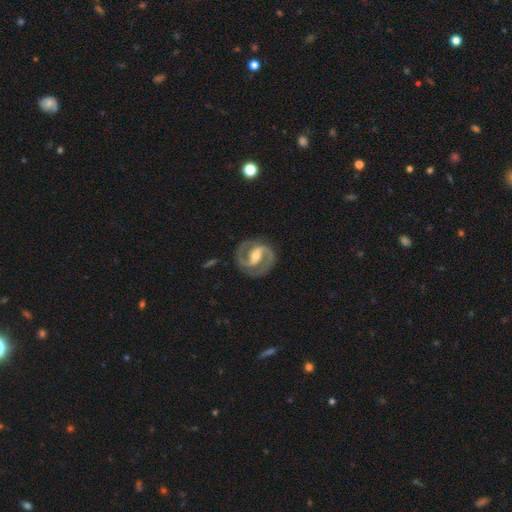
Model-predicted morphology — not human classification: This appears to be a featured or disk galaxy (92%) with a strong bar (53%), 2 (93%) medium (54%) spiral arms (97%) and a moderate central bulge (56%). Merging: none (85%).